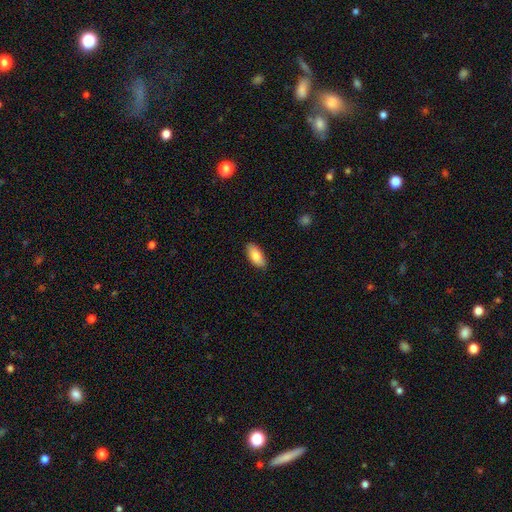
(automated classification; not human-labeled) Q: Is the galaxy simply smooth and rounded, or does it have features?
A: smooth — 84%.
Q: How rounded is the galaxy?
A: in between — 90%.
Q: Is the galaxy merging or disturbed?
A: none — 87%.